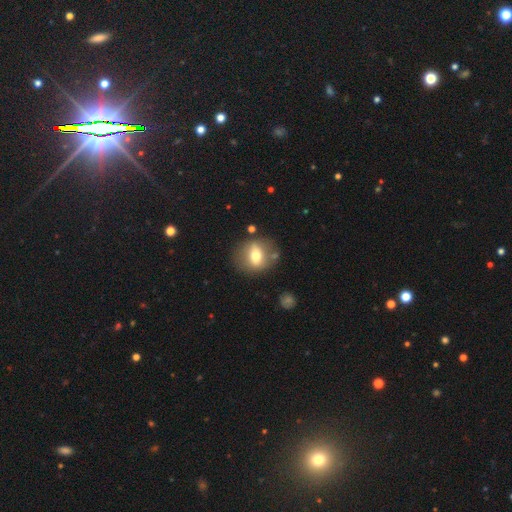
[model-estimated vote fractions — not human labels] The model was most divided on "how rounded": round: 59%, in between: 38%, cigar-shaped: 3%. More confident: merging — none (76%); smooth or featured — smooth (57%).